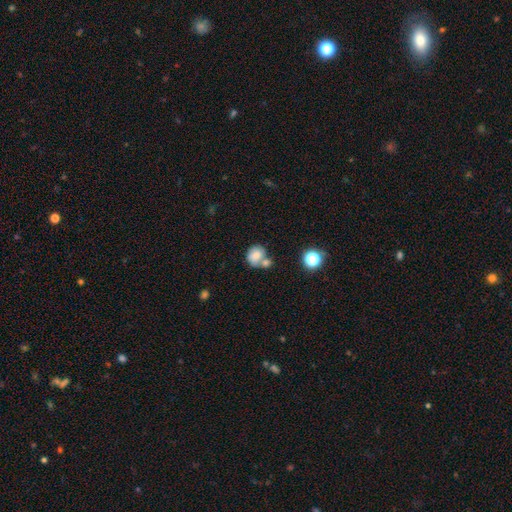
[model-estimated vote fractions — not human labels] smooth 76%, featured or disk 14%, star or artifact 10%. Down the decision tree: how rounded — round (67%); merging — merger (45%).